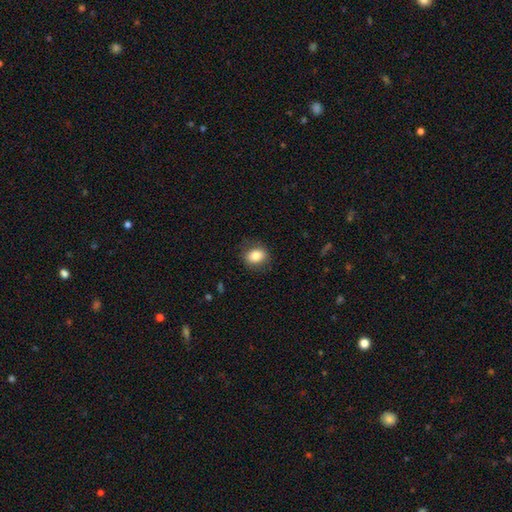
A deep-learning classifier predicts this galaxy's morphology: Overall: smooth (81%). How rounded: round (51%; in between 48%). Merging: none (82%).